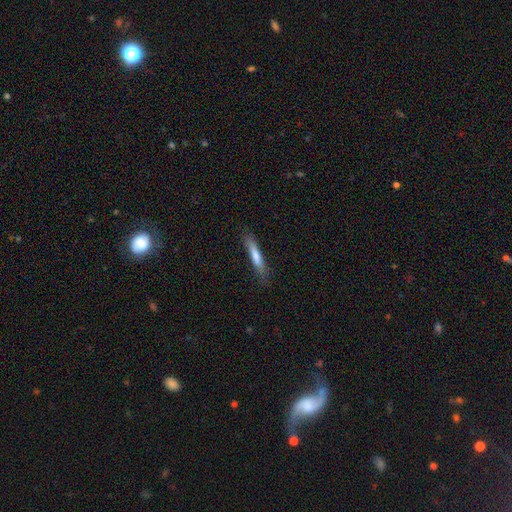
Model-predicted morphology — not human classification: Smooth or featured: smooth — 66% (featured or disk — 27%)
How rounded: cigar-shaped — 91% (in between — 7%)
Merging: none — 80% (minor disturbance — 15%)